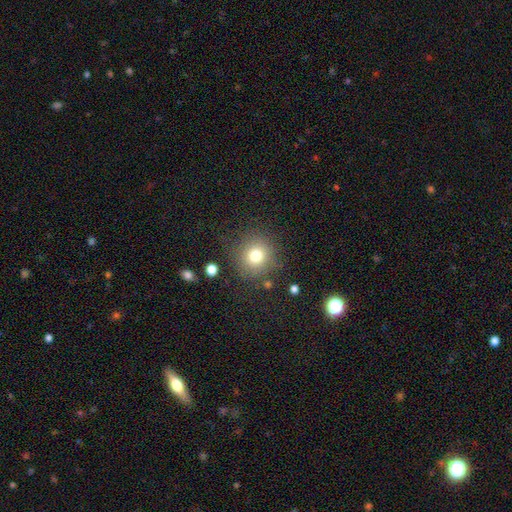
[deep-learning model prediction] smooth_or_featured: smooth (p=0.77) [alt: star or artifact p=0.13]
how_rounded: round (p=0.90) [alt: in between p=0.09]
merging: none (p=0.83) [alt: minor disturbance p=0.10]